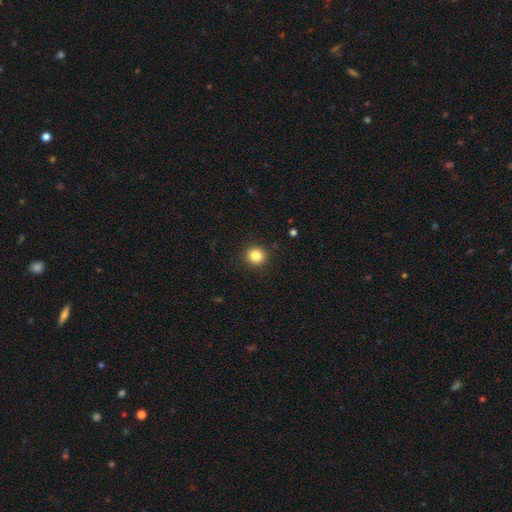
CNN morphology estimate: A smooth galaxy with no disk features (85%) that is round (92%).

Vote fractions:
- Smooth or featured? smooth: 85% / star or artifact: 11% / featured or disk: 4%
- How rounded? round: 92% / in between: 7% / cigar-shaped: 1%
- Merging? none: 91% / minor disturbance: 6% / major disturbance: 2% / merger: 1%